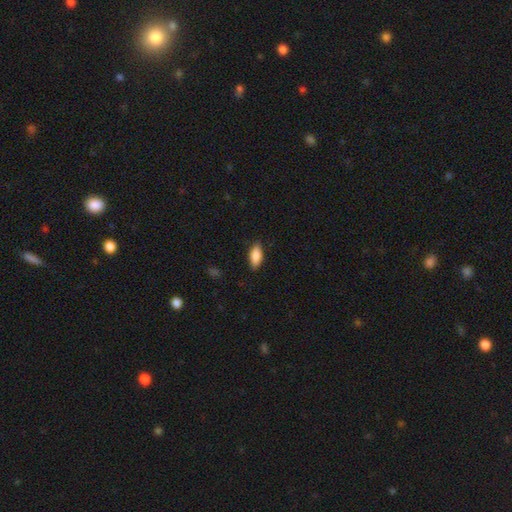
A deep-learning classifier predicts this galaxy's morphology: This is clearly a smooth galaxy (85%). How rounded: clearly in between (80%). Merging: clearly none (86%).